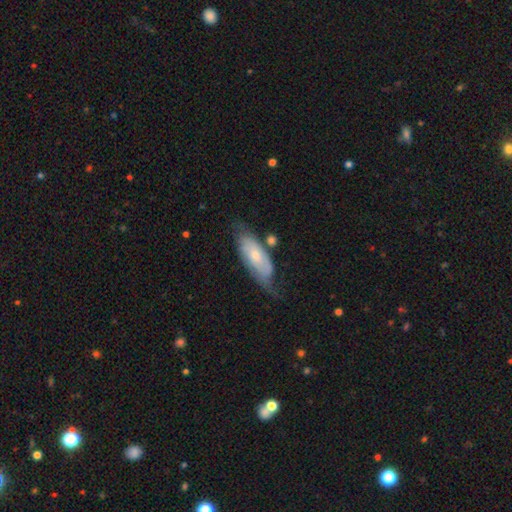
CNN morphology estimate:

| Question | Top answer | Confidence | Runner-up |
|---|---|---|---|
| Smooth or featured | featured or disk | 47% | tied: smooth (47%) |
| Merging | none | 47% | minor disturbance (31%) |